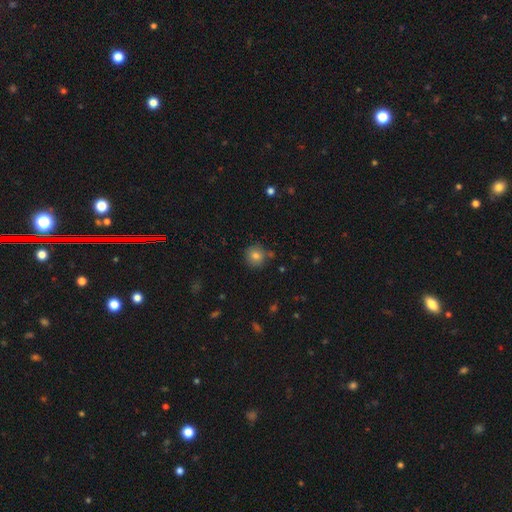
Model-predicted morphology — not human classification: Smooth or featured?
  - smooth: 79% *
  - star or artifact: 12%
  - featured or disk: 9%
How rounded?
  - round: 92% *
  - in between: 7%
  - cigar-shaped: 1%
Merging?
  - none: 82% *
  - minor disturbance: 11%
  - merger: 5%
  - major disturbance: 2%